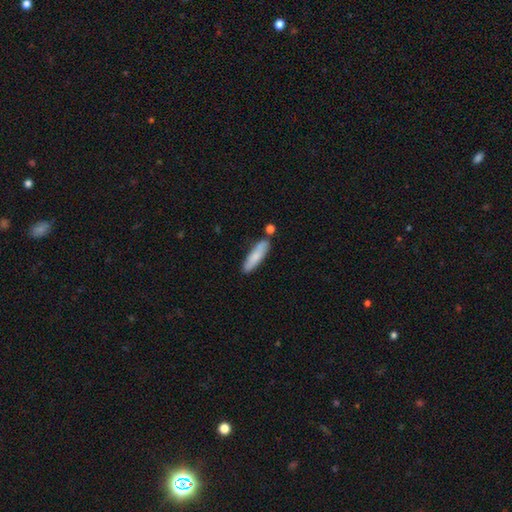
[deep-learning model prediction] Q: Smooth or featured?
A: smooth (76%); runner-up: featured or disk (18%)
Q: How rounded?
A: cigar-shaped (74%); runner-up: in between (24%)
Q: Merging?
A: none (77%); runner-up: minor disturbance (13%)